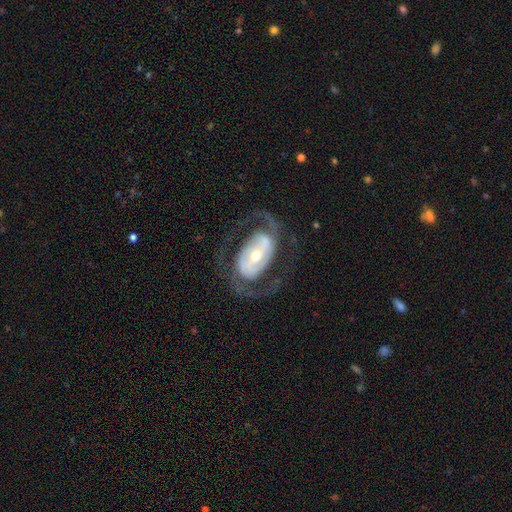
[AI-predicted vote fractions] The model was most divided on "bulge size": moderate: 49%, small: 42%, large: 6%, dominant: 1%, none: 1%. Remaining: edge-on disk — no (96%); spiral arms — yes (90%); spiral arm count — 2 (89%); smooth or featured — featured or disk (87%); merging — none (70%); spiral winding — medium (52%); bar — strong (44%).